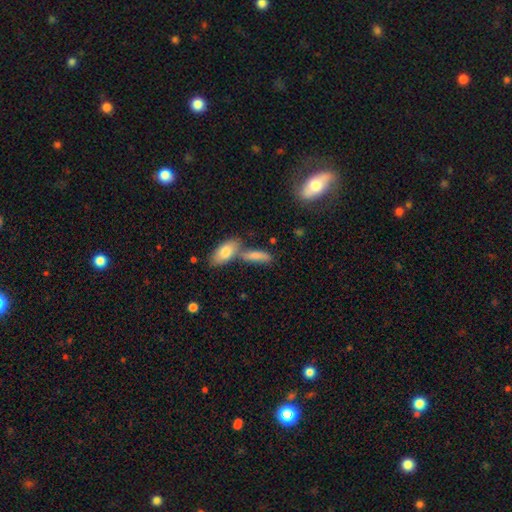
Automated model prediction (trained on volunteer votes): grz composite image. It shows a smooth galaxy with no disk features (78%) that is in between round and cigar-shaped (54%). Merging: none (45%).